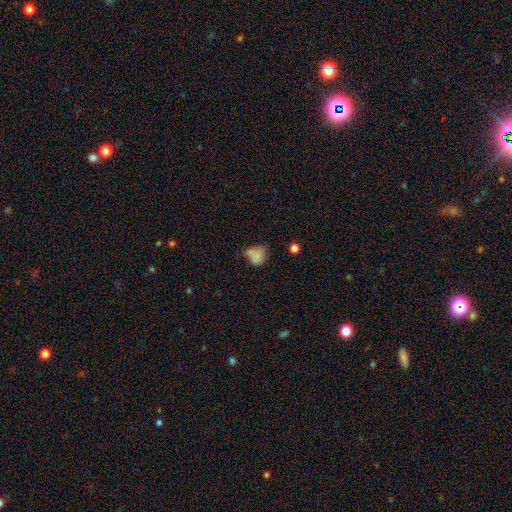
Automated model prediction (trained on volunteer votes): smooth_or_featured: smooth (p=0.70) [alt: featured or disk p=0.17]
how_rounded: round (p=0.51) [alt: in between p=0.47]
merging: none (p=0.37) [alt: minor disturbance p=0.32]